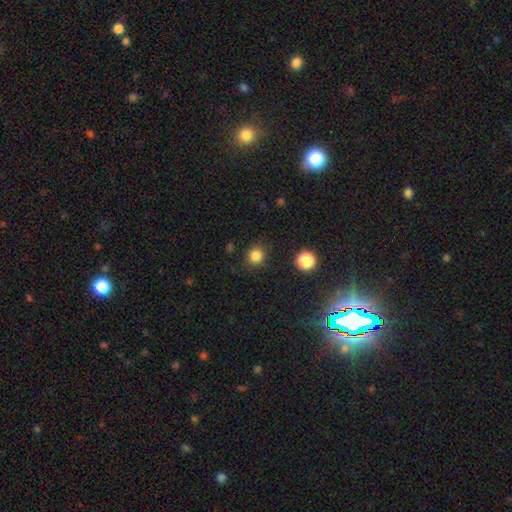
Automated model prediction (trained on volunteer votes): Smooth or featured?
  - smooth: 83% *
  - star or artifact: 13%
  - featured or disk: 4%
How rounded?
  - round: 89% *
  - in between: 10%
  - cigar-shaped: 1%
Merging?
  - none: 88% *
  - minor disturbance: 8%
  - major disturbance: 3%
  - merger: 2%